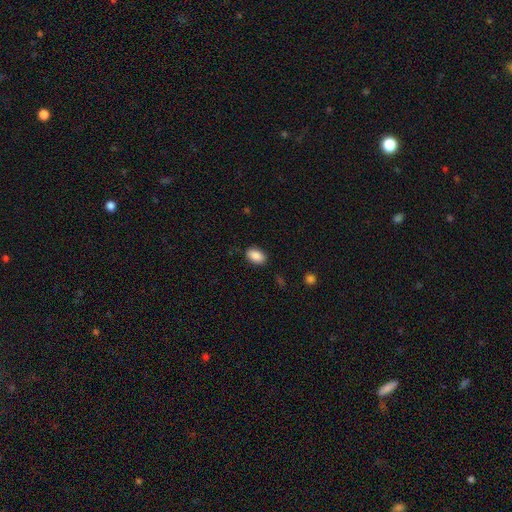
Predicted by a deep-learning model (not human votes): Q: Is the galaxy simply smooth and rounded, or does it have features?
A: smooth — 88%.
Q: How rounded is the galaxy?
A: in between — 90%.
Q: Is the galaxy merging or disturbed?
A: none — 86%.